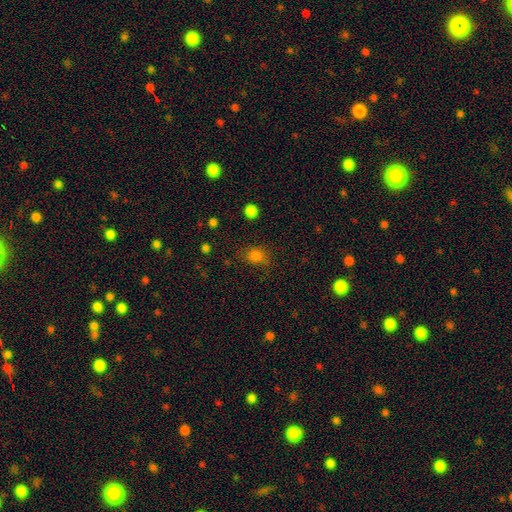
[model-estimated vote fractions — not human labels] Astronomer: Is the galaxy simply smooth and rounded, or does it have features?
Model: smooth — 80%.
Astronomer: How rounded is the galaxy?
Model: round — 60% (runner-up: in between, 39%).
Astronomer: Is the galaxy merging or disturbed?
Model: none — 73%.